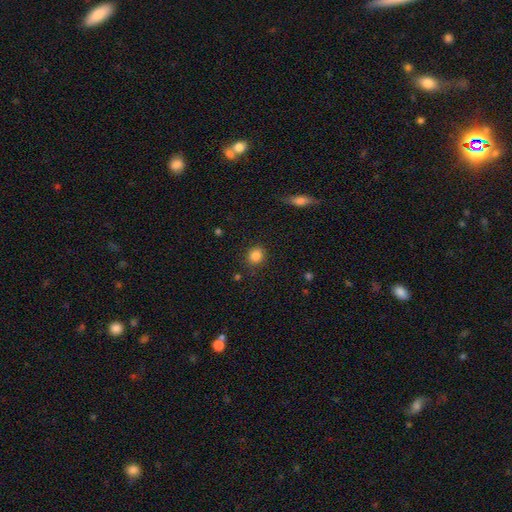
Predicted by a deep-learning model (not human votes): smooth-or-featured: smooth: 85% | star or artifact: 11% | featured or disk: 5%
  how-rounded: round: 77% | in between: 22% | cigar-shaped: 1%
  merging: none: 86% | minor disturbance: 9% | major disturbance: 3% | merger: 2%